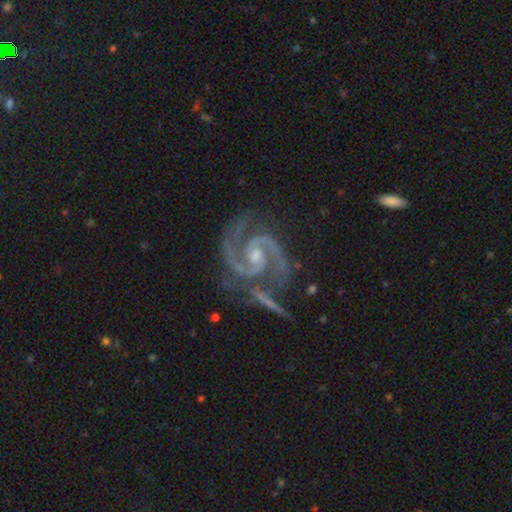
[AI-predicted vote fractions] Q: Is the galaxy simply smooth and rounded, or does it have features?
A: featured or disk — 94%.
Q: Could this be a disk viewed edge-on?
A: no — 98%.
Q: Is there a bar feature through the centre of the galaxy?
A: no — 49%.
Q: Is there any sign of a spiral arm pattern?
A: yes — 99%.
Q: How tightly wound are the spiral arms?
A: medium — 58%.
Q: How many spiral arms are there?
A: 2 — 92%.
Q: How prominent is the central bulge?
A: small — 57%.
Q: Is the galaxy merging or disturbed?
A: none — 62%.